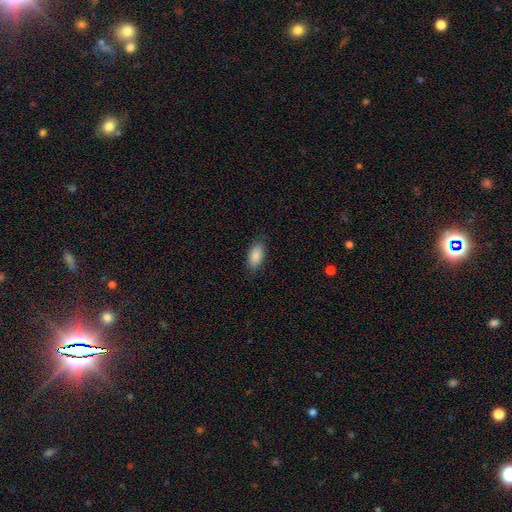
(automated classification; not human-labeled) Smooth or featured? Predicted: smooth (p=0.87). How rounded? Predicted: in between (p=0.91). Merging? Predicted: none (p=0.82).